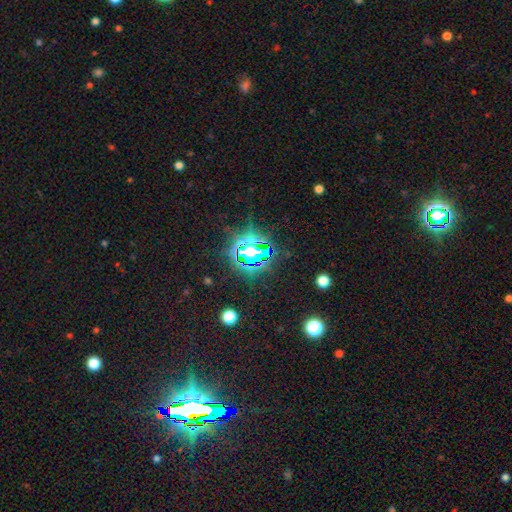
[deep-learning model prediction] Smooth or featured? star or artifact (73%)